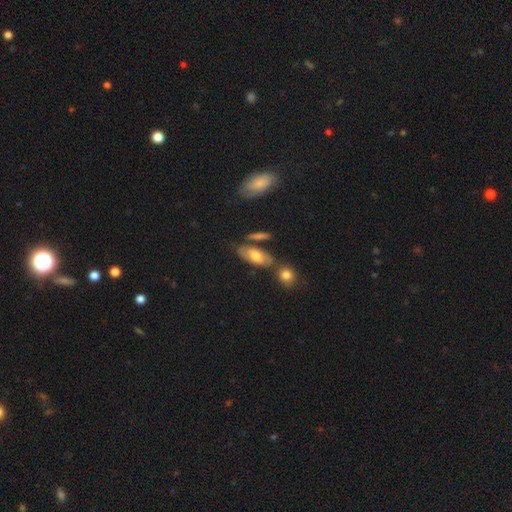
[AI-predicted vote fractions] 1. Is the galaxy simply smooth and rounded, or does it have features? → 58% smooth, 35% featured or disk, 8% star or artifact.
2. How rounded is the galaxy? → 82% in between, 14% cigar-shaped, 4% round.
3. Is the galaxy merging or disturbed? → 60% none, 18% minor disturbance, 16% merger, 6% major disturbance.